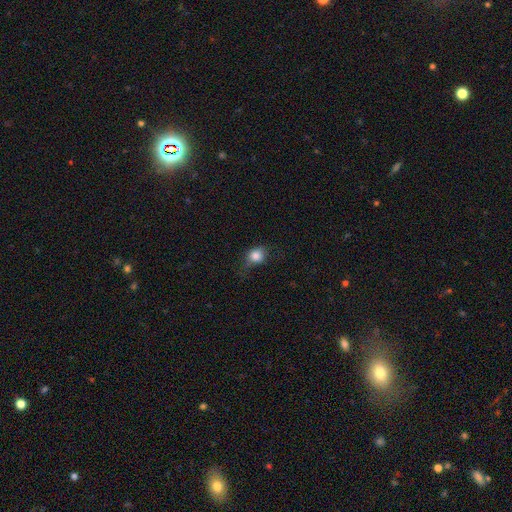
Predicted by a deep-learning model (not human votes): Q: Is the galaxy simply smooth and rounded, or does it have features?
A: smooth — 81%.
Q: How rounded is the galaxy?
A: round — 66%.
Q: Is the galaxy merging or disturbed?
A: none — 53%.